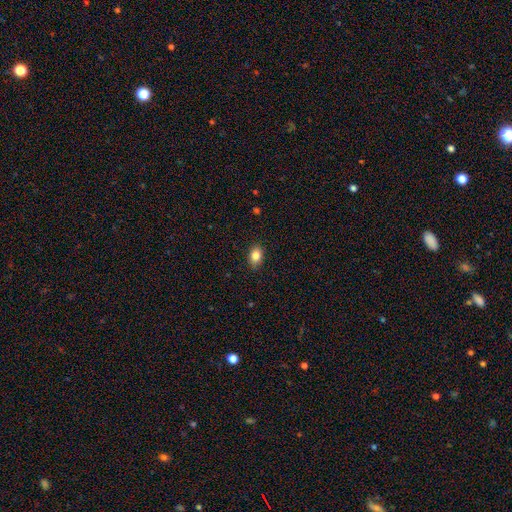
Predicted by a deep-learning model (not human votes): smooth-or-featured: smooth: 84% | star or artifact: 9% | featured or disk: 7%
  how-rounded: in between: 80% | round: 18% | cigar-shaped: 2%
  merging: none: 86% | minor disturbance: 11% | major disturbance: 2% | merger: 1%